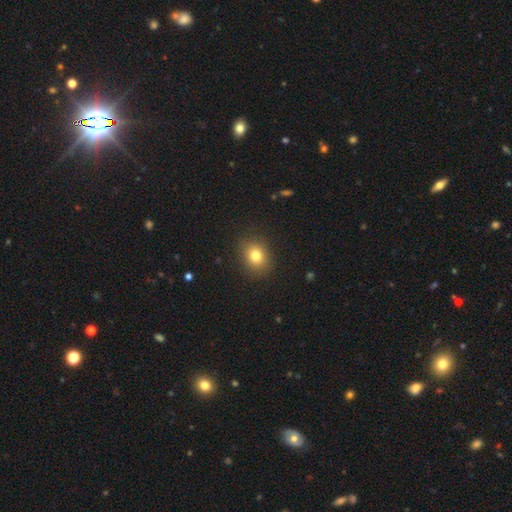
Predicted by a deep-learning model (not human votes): Smooth or featured? smooth (79%)
How rounded? round (58%)
Merging? none (88%)